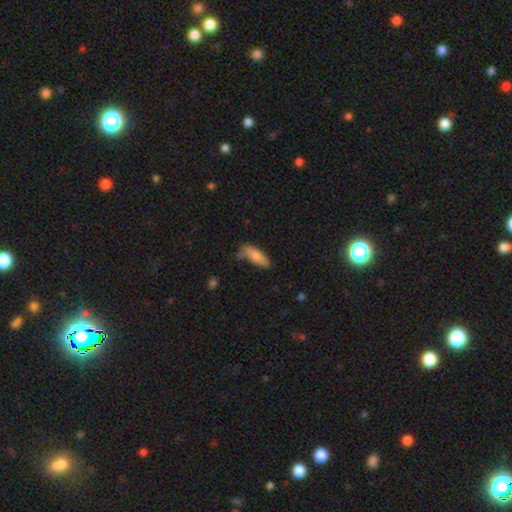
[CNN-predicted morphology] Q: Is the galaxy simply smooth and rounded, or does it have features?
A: smooth — 80%.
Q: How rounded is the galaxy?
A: in between — 67%.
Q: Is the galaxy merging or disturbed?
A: none — 53%.